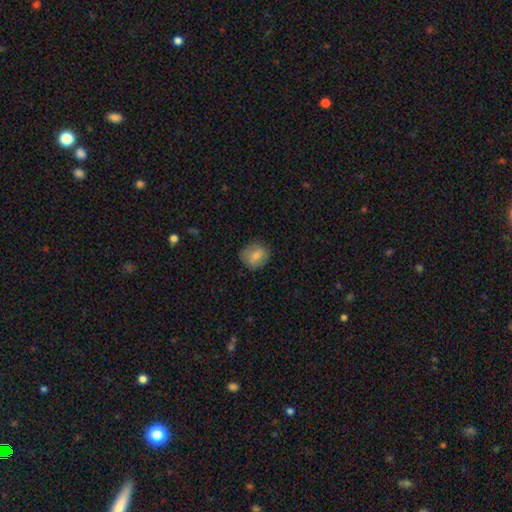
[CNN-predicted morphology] smooth_or_featured: smooth (p=0.79) [alt: featured or disk p=0.13]
how_rounded: round (p=0.72) [alt: in between p=0.27]
merging: none (p=0.80) [alt: minor disturbance p=0.15]